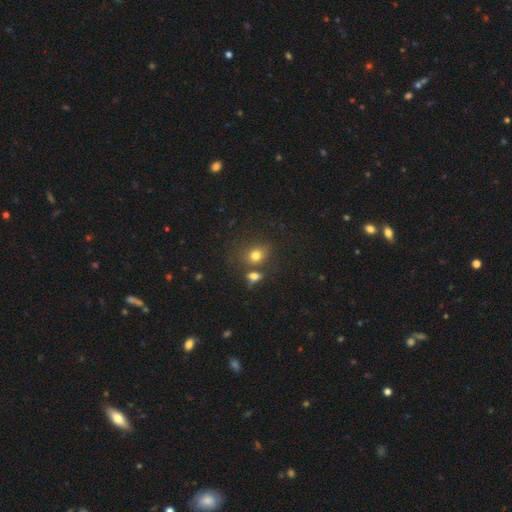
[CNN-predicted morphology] Smooth or featured? smooth (76%)
How rounded? round (58%)
Merging? none (54%)